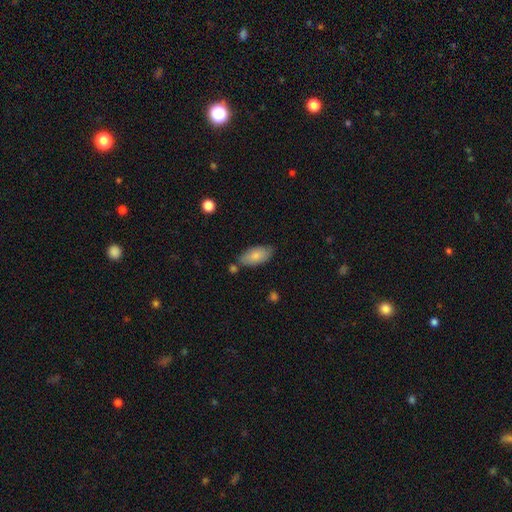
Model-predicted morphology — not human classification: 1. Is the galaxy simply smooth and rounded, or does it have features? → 80% smooth, 14% featured or disk, 6% star or artifact.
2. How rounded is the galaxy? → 90% in between, 8% cigar-shaped, 2% round.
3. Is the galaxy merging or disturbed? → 69% none, 20% minor disturbance, 7% merger, 4% major disturbance.